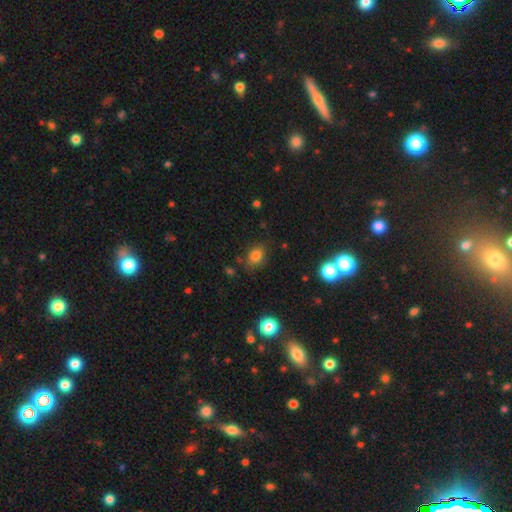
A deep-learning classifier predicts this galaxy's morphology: The model was most divided on "how rounded": in between: 62%, round: 37%, cigar-shaped: 1%. More confident: smooth or featured — smooth (80%); merging — none (75%).